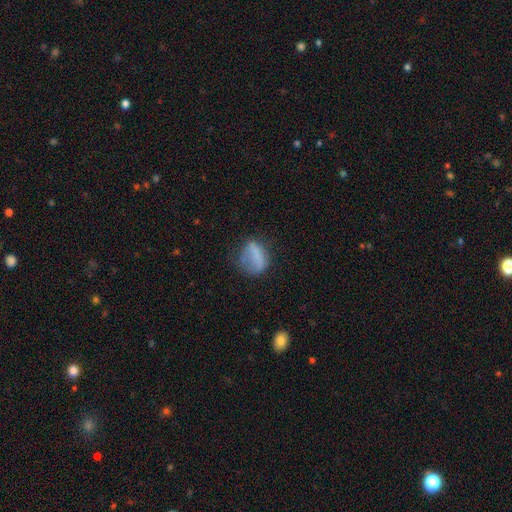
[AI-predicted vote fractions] Q: Smooth or featured?
A: smooth (66%); runner-up: featured or disk (23%)
Q: How rounded?
A: in between (53%); runner-up: round (42%)
Q: Merging?
A: none (44%); runner-up: minor disturbance (27%)